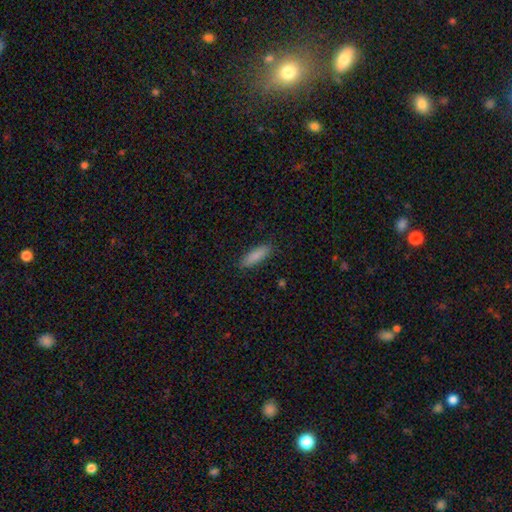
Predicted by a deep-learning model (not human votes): smooth-or-featured: smooth: 87% | star or artifact: 7% | featured or disk: 6%
  how-rounded: cigar-shaped: 56% | in between: 42% | round: 2%
  merging: none: 87% | minor disturbance: 10% | major disturbance: 2% | merger: 1%